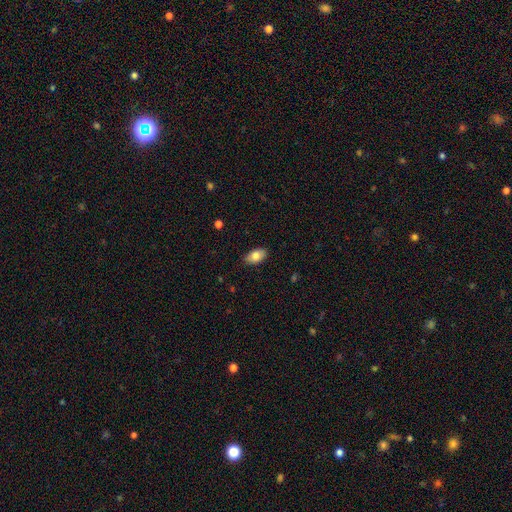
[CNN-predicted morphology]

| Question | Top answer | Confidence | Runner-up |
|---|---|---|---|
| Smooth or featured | smooth | 80% | featured or disk (13%) |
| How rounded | in between | 93% | round (4%) |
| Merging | none | 87% | minor disturbance (10%) |